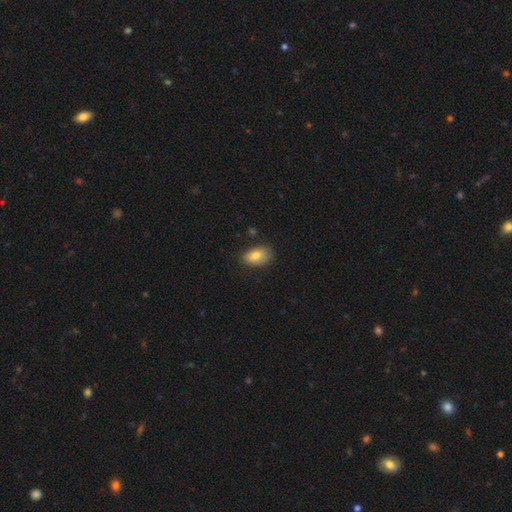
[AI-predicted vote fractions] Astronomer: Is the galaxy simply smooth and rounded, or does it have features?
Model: smooth — 81%.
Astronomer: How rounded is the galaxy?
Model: in between — 91%.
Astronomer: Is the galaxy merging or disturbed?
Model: none — 79%.